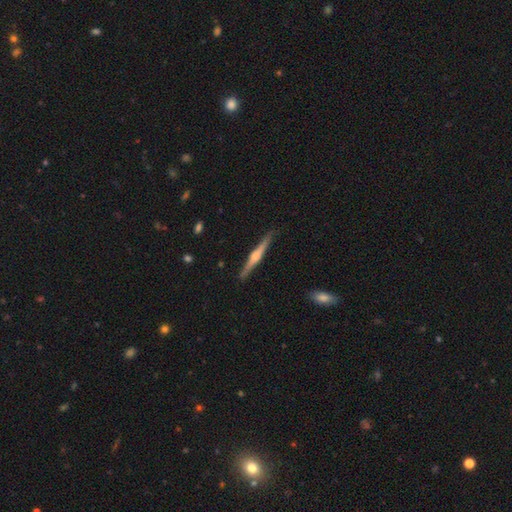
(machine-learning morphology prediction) This is likely a featured or disk galaxy (68%). It is clearly viewed edge-on (98%). Edge-on bulge: likely rounded (71%). Merging: clearly none (89%).